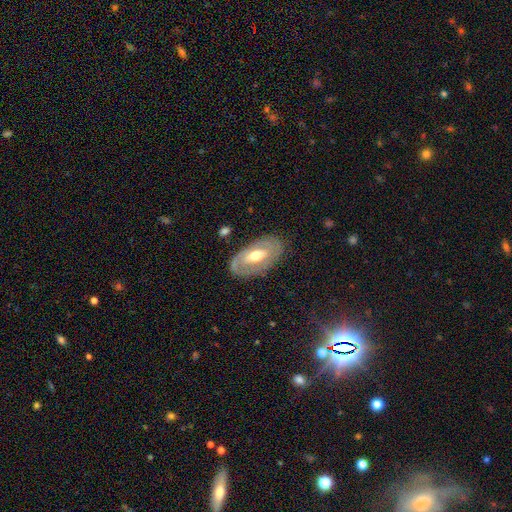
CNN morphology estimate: Q: Smooth or featured?
A: featured or disk (73%); runner-up: smooth (22%)
Q: Edge-on disk?
A: no (90%); runner-up: yes (10%)
Q: Bar?
A: no (40%); runner-up: weak (36%)
Q: Spiral arms?
A: yes (65%); runner-up: no (35%)
Q: Bulge size?
A: moderate (73%); runner-up: small (16%)
Q: Merging?
A: none (81%); runner-up: minor disturbance (13%)